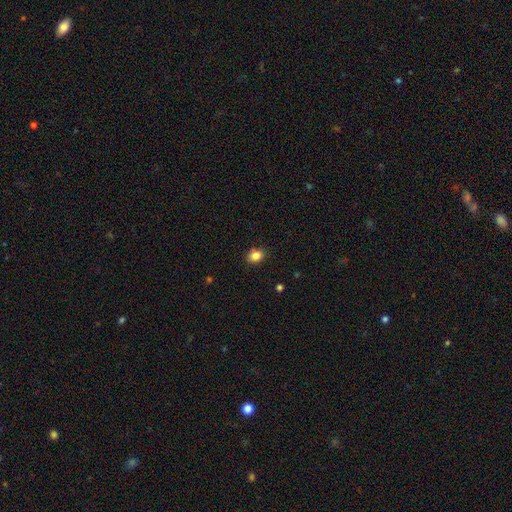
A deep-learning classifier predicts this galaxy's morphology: smooth-or-featured: smooth: 85% | star or artifact: 11% | featured or disk: 5%
  how-rounded: round: 51% | in between: 48% | cigar-shaped: 1%
  merging: none: 86% | minor disturbance: 10% | major disturbance: 2% | merger: 1%